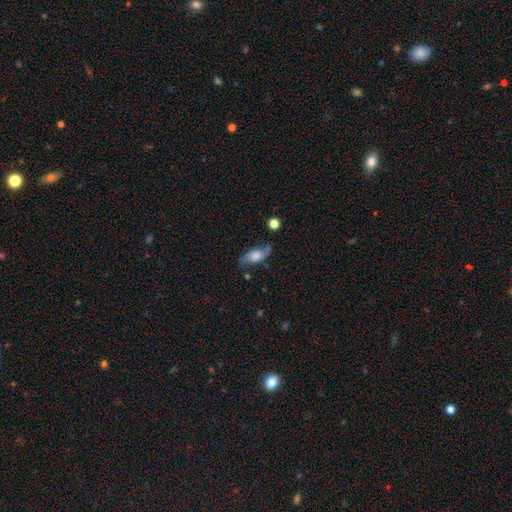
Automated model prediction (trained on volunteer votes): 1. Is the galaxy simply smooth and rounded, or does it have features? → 67% featured or disk, 25% smooth, 8% star or artifact.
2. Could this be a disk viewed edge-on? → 88% no, 12% yes.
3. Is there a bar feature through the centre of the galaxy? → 64% no, 29% weak, 7% strong.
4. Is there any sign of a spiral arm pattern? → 92% yes, 8% no.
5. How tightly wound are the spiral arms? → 67% loose, 25% medium, 7% tight.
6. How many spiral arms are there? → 89% 2, 4% 1, 4% can't tell, 1% 3, 1% 4, 1% more than 4.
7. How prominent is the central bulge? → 40% large, 25% moderate, 14% none, 13% small, 8% dominant.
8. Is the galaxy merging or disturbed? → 68% none, 19% minor disturbance, 8% major disturbance, 4% merger.